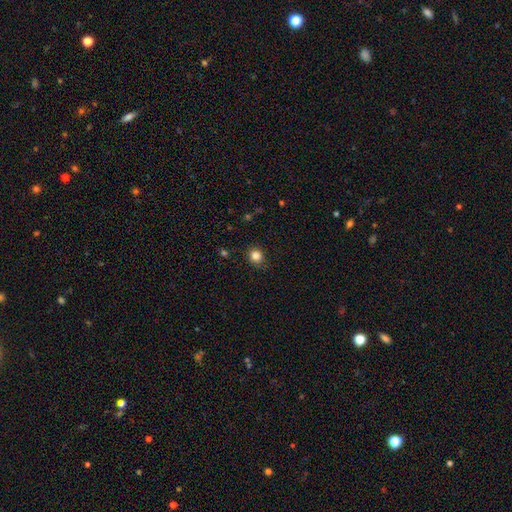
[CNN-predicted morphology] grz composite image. It shows a smooth galaxy with no disk features (83%) that is round (81%). Merging: none (87%).